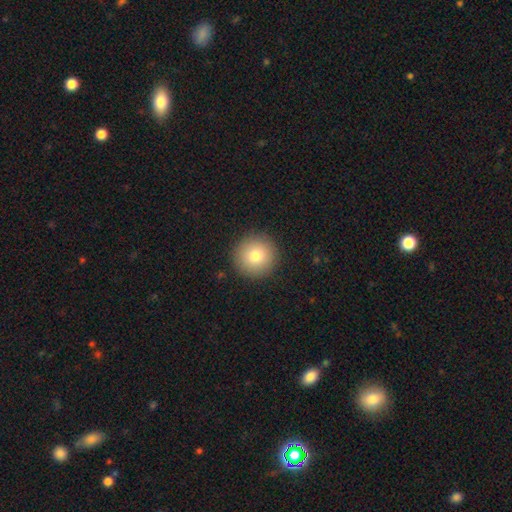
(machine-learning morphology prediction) smooth_or_featured: smooth (p=0.79) [alt: featured or disk p=0.11]
how_rounded: round (p=0.96) [alt: in between p=0.04]
merging: none (p=0.92) [alt: minor disturbance p=0.05]